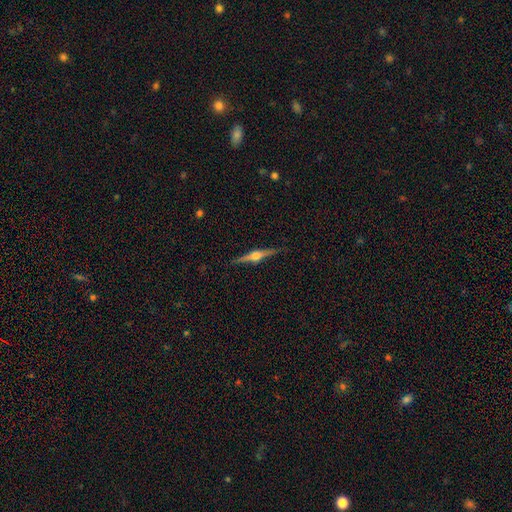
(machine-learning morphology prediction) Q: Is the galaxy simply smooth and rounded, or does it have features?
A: featured or disk — 80%.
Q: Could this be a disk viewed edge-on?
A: yes — 98%.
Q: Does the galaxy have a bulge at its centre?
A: rounded — 95%.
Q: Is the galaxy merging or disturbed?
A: none — 90%.